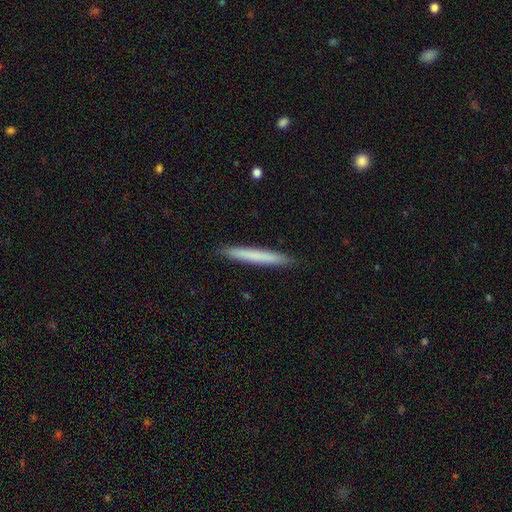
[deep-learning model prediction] Smooth or featured: smooth — 73% (featured or disk — 22%)
How rounded: cigar-shaped — 97% (in between — 2%)
Merging: none — 91% (minor disturbance — 7%)